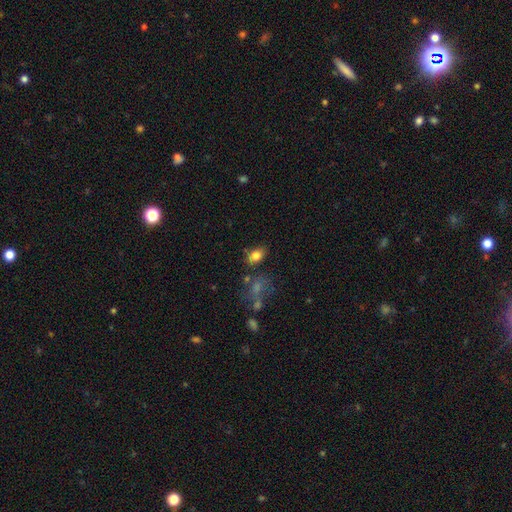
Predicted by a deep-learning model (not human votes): A smooth galaxy with no disk features (80%) that is in between round and cigar-shaped (83%). Merging: none (73%).